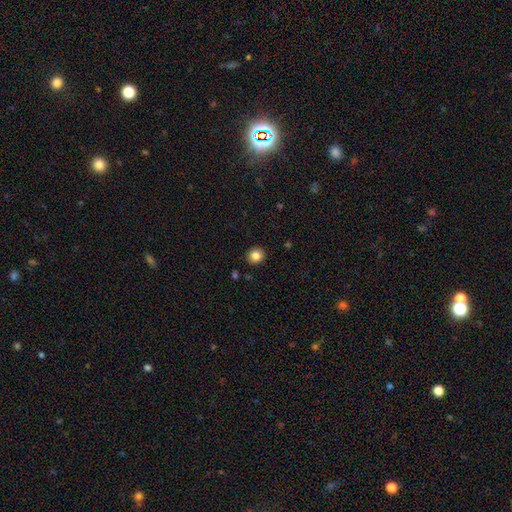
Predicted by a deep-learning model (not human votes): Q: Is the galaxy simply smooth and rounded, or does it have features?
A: smooth — 84%.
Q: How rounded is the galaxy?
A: round — 83%.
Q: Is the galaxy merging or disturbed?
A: none — 91%.